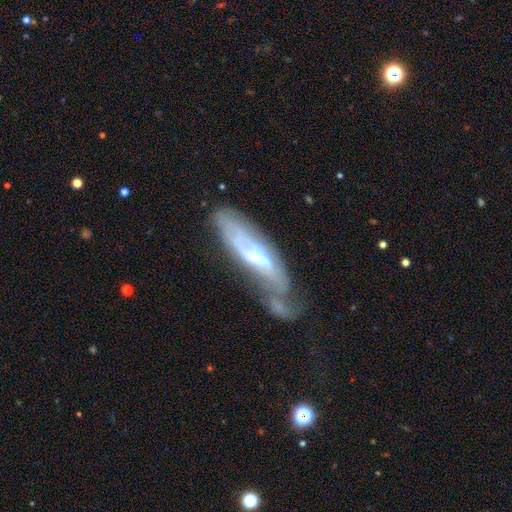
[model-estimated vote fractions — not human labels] A featured or disk galaxy (72%) with a weak bar (43%), spiral arms (77%) and a moderate central bulge (48%).

Vote fractions:
- Smooth or featured? featured or disk: 72% / smooth: 21% / star or artifact: 7%
- Edge-on disk? no: 73% / yes: 27%
- Bar? weak: 43% / no: 33% / strong: 24%
- Spiral arms? yes: 77% / no: 23%
- Bulge size? moderate: 48% / small: 34% / large: 9% / none: 8% / dominant: 2%
- Merging? none: 39% / minor disturbance: 25% / major disturbance: 21% / merger: 15%